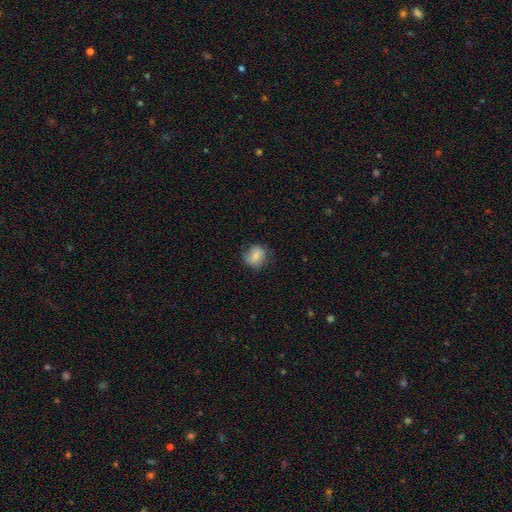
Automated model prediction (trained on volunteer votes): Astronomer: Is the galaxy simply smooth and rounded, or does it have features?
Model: smooth — 74%.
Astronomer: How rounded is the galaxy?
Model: round — 76%.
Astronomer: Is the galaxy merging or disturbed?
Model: none — 73%.